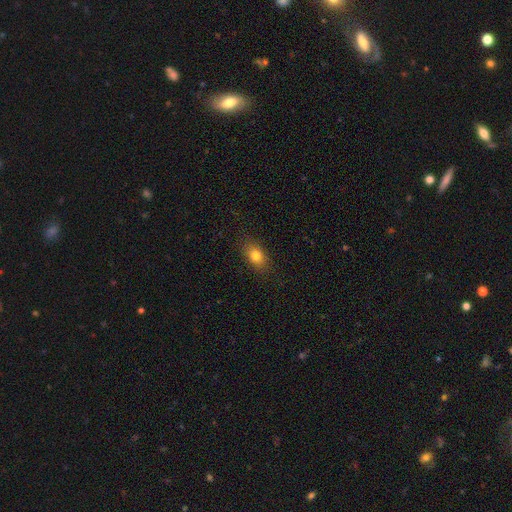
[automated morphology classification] This appears to be a smooth galaxy with no disk features (81%) that is in between round and cigar-shaped (81%). Merging: none (85%).